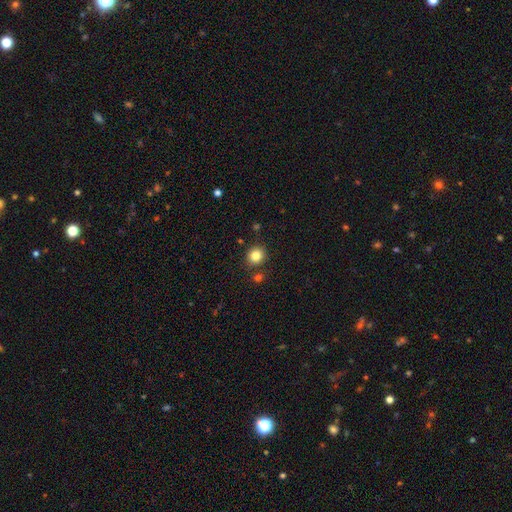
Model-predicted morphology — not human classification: Smooth or featured: smooth — 84% (star or artifact — 11%)
How rounded: round — 84% (in between — 15%)
Merging: none — 84% (minor disturbance — 8%)